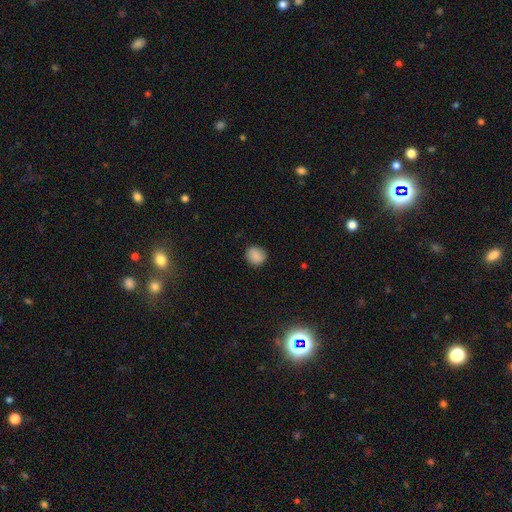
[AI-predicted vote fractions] Smooth or featured? smooth (87%)
How rounded? round (85%)
Merging? none (88%)